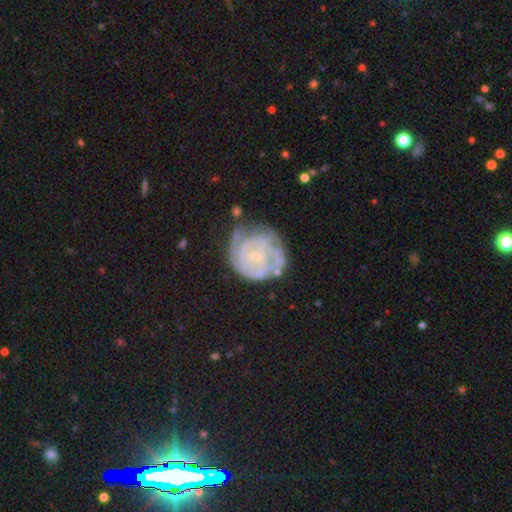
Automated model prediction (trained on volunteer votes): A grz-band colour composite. It shows a featured or disk galaxy (83%) with no bar (75%), tight (75%) spiral arms (94%) and a small central bulge (81%). Merging: none (62%).